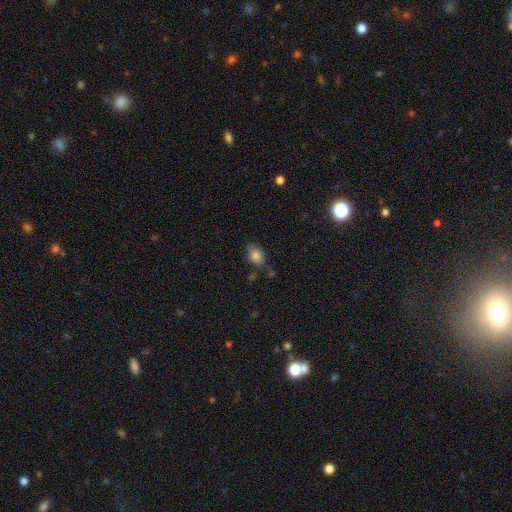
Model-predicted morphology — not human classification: This appears to be a smooth galaxy with no disk features (84%) that is in between round and cigar-shaped (71%). Merging: none (67%).